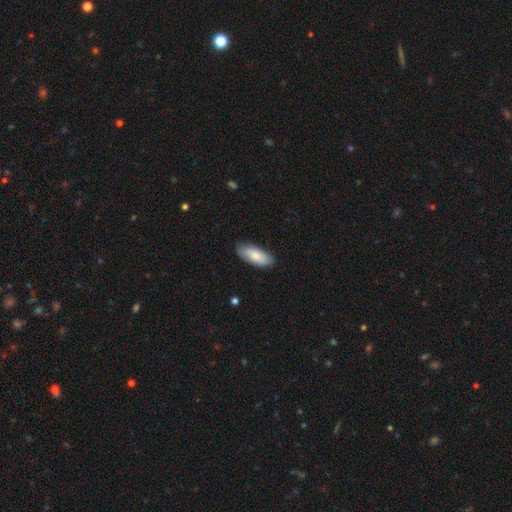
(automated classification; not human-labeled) Morphology: type=smooth (76%); roundness=in between (82%); merging=none (81%).